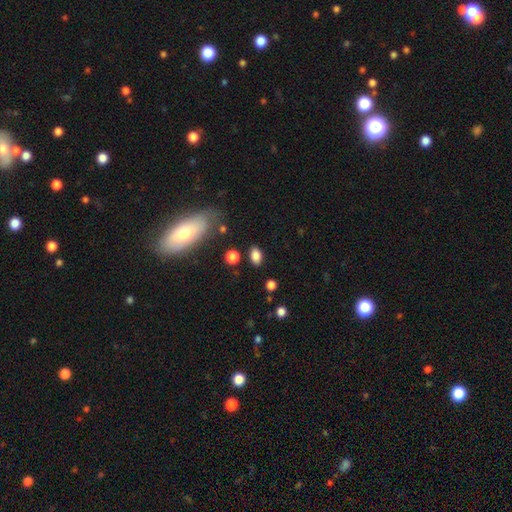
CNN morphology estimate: Q: Smooth or featured?
A: smooth (84%); runner-up: star or artifact (10%)
Q: How rounded?
A: in between (87%); runner-up: round (11%)
Q: Merging?
A: none (83%); runner-up: minor disturbance (11%)